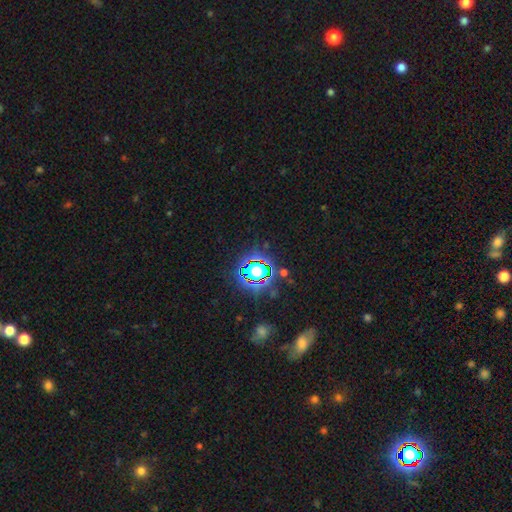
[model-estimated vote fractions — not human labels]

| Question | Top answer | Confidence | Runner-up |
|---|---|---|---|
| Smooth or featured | star or artifact | 71% | smooth (19%) |